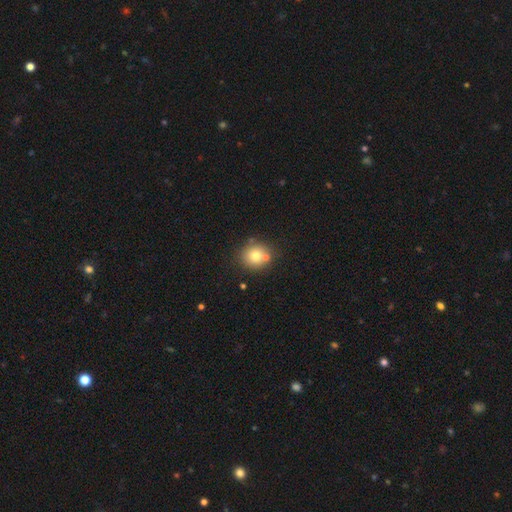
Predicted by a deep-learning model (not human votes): Overall: smooth (75%). How rounded: round (85%). Merging: none (69%).